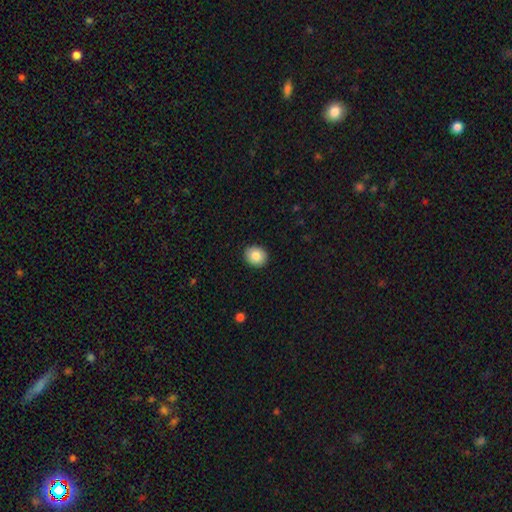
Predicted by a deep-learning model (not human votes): Q: Smooth or featured?
A: smooth (85%); runner-up: star or artifact (8%)
Q: How rounded?
A: round (68%); runner-up: in between (31%)
Q: Merging?
A: none (91%); runner-up: minor disturbance (6%)